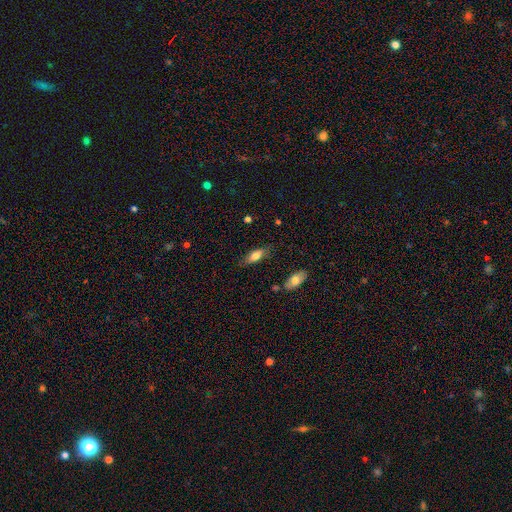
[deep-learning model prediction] smooth 73%, featured or disk 20%, star or artifact 7%. Down the decision tree: how rounded — in between (70%); merging — none (76%).